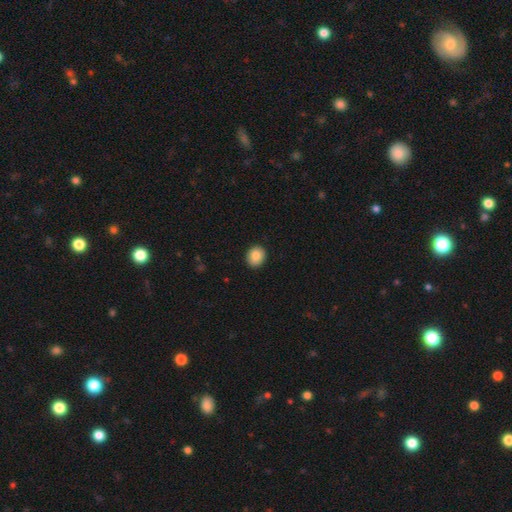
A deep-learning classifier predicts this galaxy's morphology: This is clearly a smooth galaxy (86%). How rounded: likely round (67%). Merging: clearly none (91%).